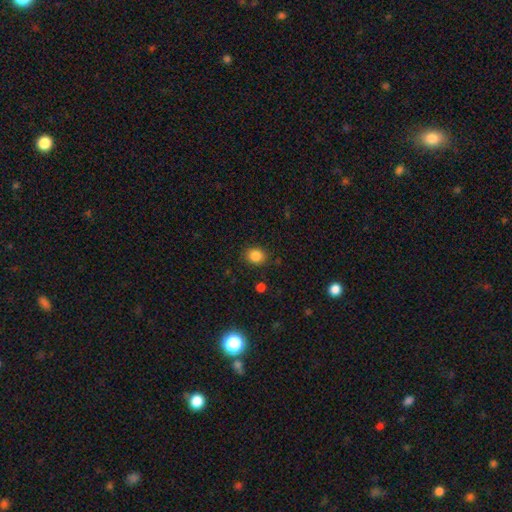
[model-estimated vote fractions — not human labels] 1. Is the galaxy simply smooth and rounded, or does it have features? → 86% smooth, 10% star or artifact, 4% featured or disk.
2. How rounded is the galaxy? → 67% round, 32% in between, 1% cigar-shaped.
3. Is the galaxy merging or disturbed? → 85% none, 10% minor disturbance, 3% major disturbance, 2% merger.